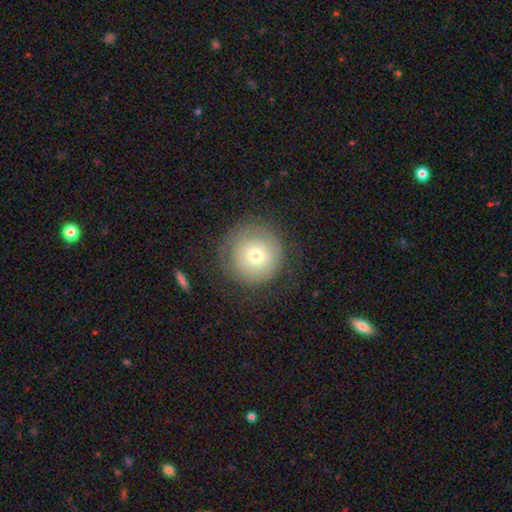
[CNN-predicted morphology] smooth_or_featured: smooth (p=0.65) [alt: featured or disk p=0.25]
how_rounded: round (p=0.95) [alt: in between p=0.04]
merging: none (p=0.74) [alt: minor disturbance p=0.15]